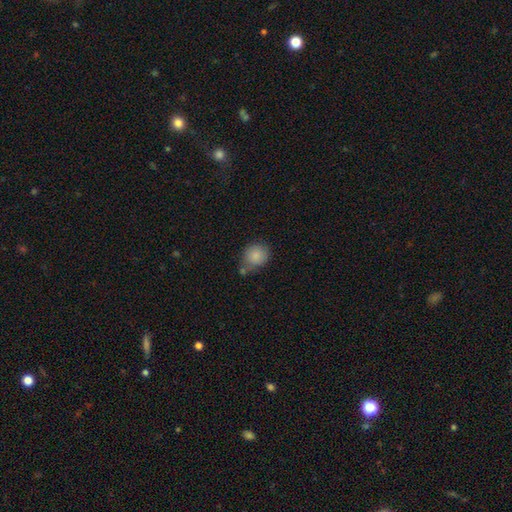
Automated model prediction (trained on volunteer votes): A smooth galaxy with no disk features (86%) that is round (78%). Merging: none (59%).